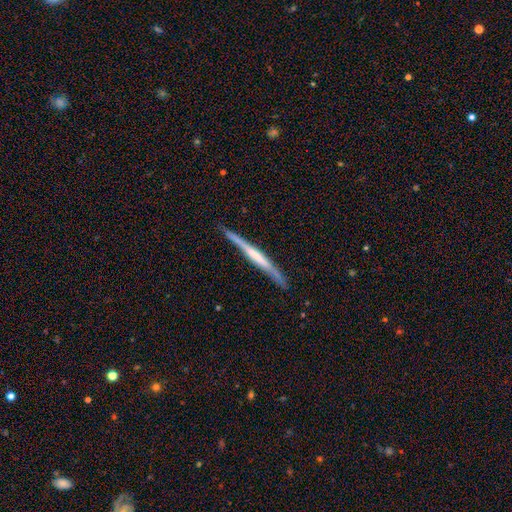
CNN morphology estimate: This is likely a featured or disk galaxy (65%). It is clearly viewed edge-on (97%). Edge-on bulge: possibly none (58%). Merging: clearly none (86%).